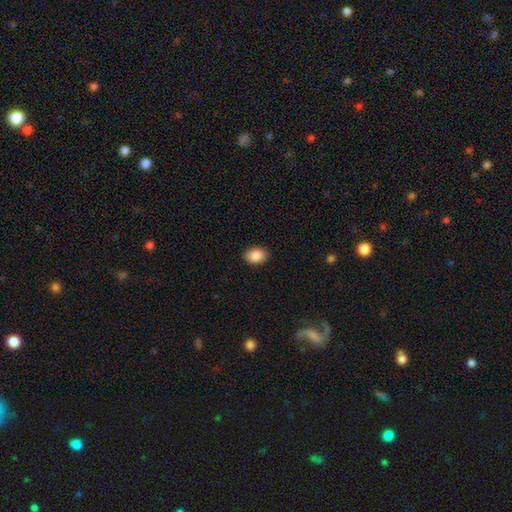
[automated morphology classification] smooth 89%, star or artifact 8%, featured or disk 3%. Down the decision tree: how rounded — in between (74%); merging — none (89%).